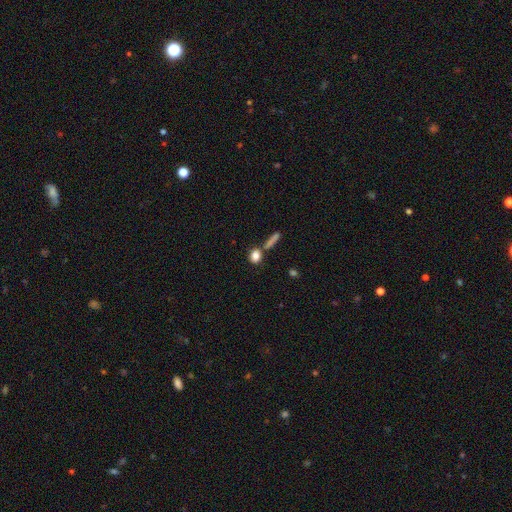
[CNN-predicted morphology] Smooth or featured?
  - smooth: 82% *
  - star or artifact: 10%
  - featured or disk: 8%
How rounded?
  - round: 62% *
  - in between: 28%
  - cigar-shaped: 9%
Merging?
  - none: 63% *
  - merger: 20%
  - minor disturbance: 11%
  - major disturbance: 5%